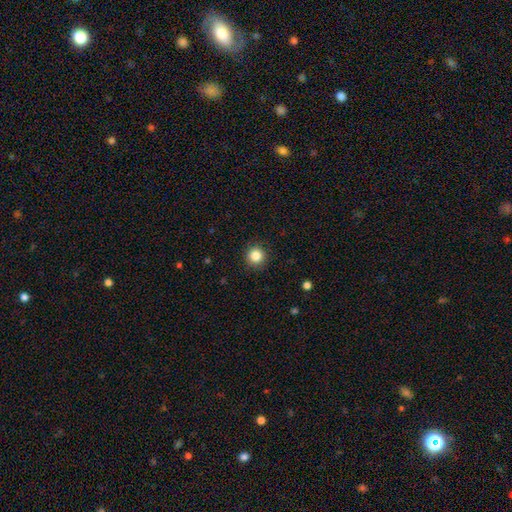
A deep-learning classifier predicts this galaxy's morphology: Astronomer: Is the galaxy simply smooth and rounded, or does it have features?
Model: smooth — 85%.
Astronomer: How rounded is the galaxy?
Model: round — 95%.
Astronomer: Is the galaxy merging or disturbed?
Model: none — 91%.